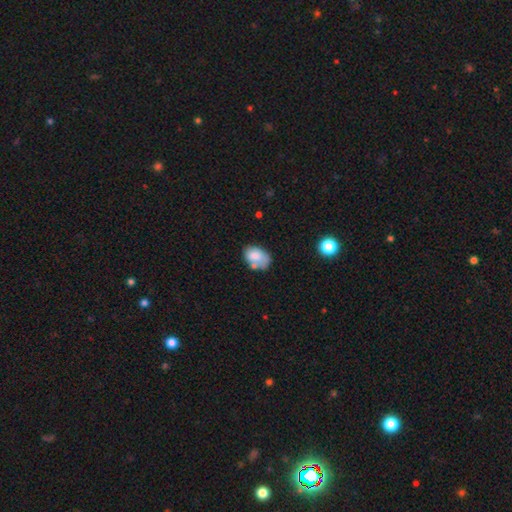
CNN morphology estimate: Smooth or featured: smooth — 75% (featured or disk — 16%)
How rounded: in between — 82% (round — 17%)
Merging: none — 44% (minor disturbance — 26%)